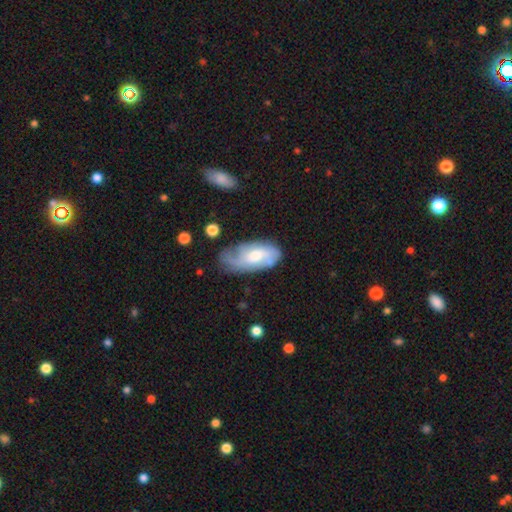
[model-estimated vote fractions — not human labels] Overall: featured or disk (56%; smooth 38%). Edge-on disk: no (92%). Bar: no (65%; weak 30%). Spiral arms: yes (78%). Bulge size: moderate (59%; small 19%). Merging: none (50%; minor disturbance 30%).